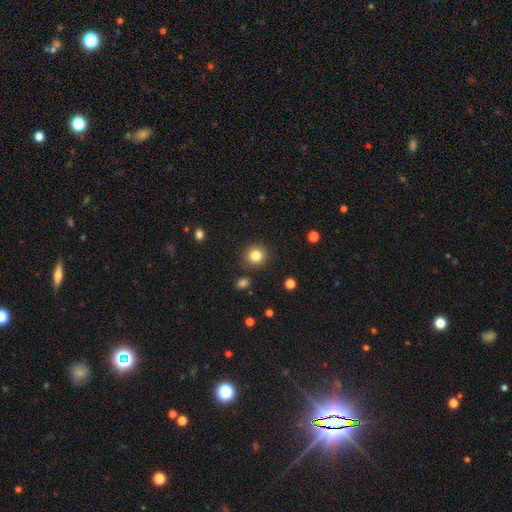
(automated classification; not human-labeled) The model was most divided on "smooth or featured": smooth: 83%, star or artifact: 11%, featured or disk: 6%. More confident: how rounded — round (91%); merging — none (88%).